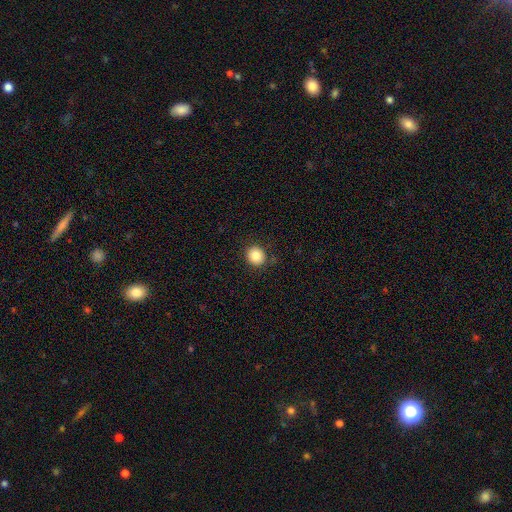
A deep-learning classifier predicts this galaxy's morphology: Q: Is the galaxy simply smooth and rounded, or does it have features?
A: smooth — 83%.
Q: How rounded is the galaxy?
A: round — 88%.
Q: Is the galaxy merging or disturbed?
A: none — 89%.